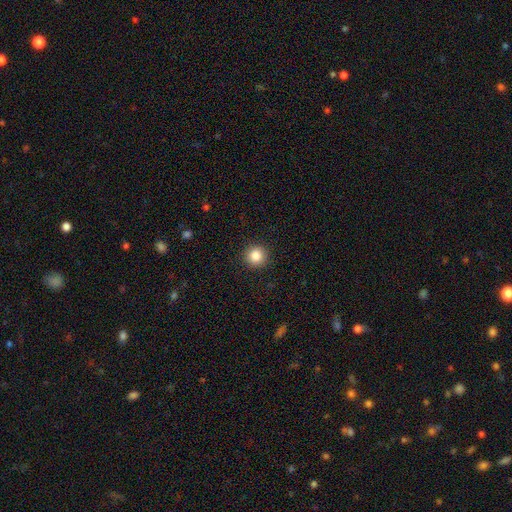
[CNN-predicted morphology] Smooth or featured? smooth (85%)
How rounded? round (95%)
Merging? none (92%)